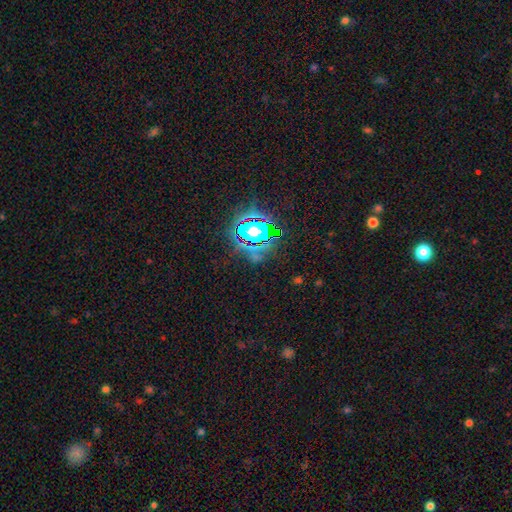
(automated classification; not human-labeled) A star or artifact, not a galaxy (72%).

Vote fractions:
- Smooth or featured? star or artifact: 72% / smooth: 17% / featured or disk: 11%